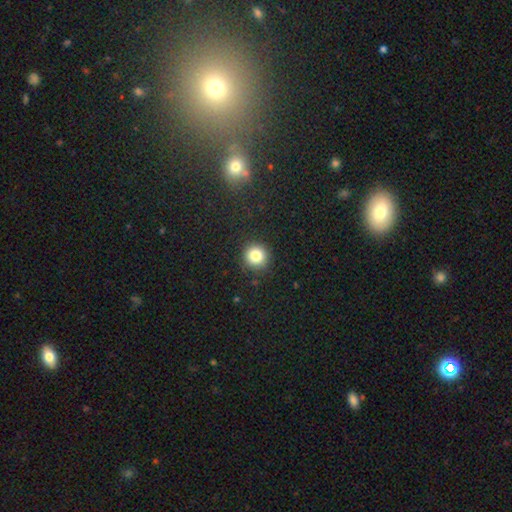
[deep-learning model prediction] Overall: smooth (81%). How rounded: round (93%). Merging: none (90%).